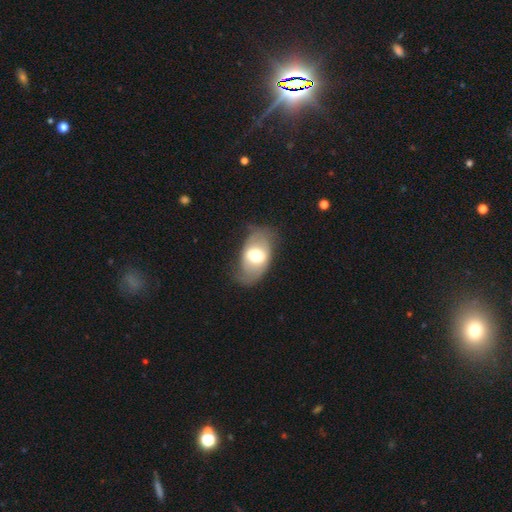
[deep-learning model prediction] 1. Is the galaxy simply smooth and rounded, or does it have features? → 48% smooth, 45% featured or disk, 7% star or artifact.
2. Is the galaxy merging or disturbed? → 66% none, 22% minor disturbance, 11% major disturbance, 1% merger.